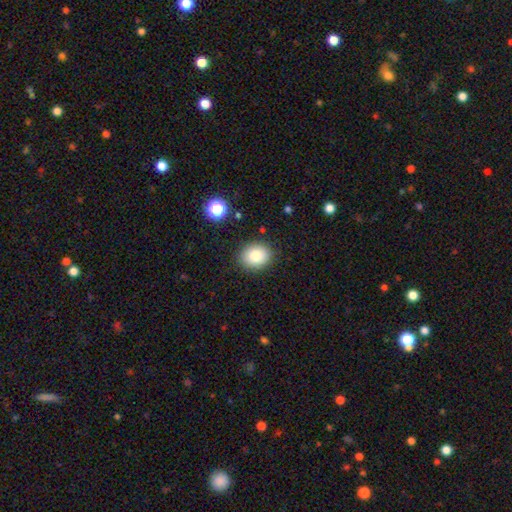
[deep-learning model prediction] Smooth or featured: smooth — 81% (star or artifact — 10%)
How rounded: round — 60% (in between — 39%)
Merging: none — 87% (minor disturbance — 9%)